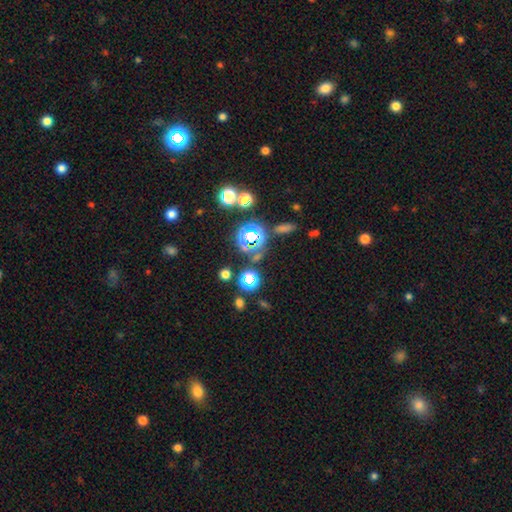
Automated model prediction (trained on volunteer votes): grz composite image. It shows a star or artifact, not a galaxy (66%).